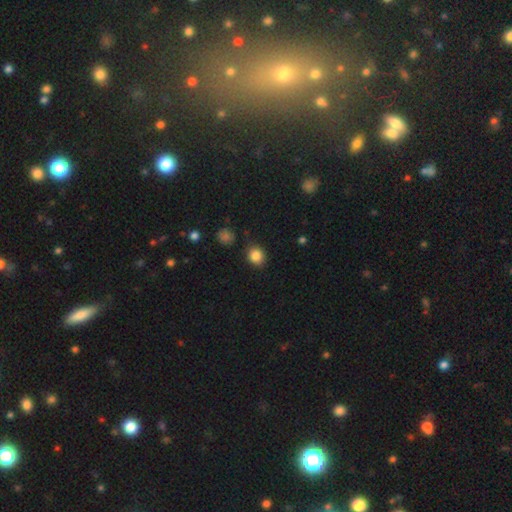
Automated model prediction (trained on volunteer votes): Smooth or featured? smooth (85%)
How rounded? round (76%)
Merging? none (83%)